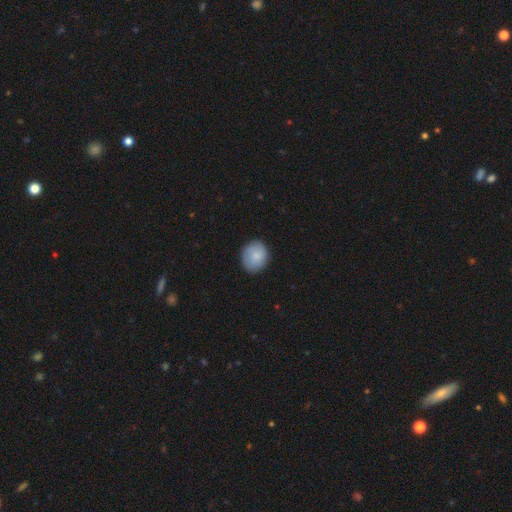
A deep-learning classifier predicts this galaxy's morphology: Smooth or featured? Predicted: smooth (p=0.83). How rounded? Predicted: round (p=0.70). Merging? Predicted: none (p=0.84).